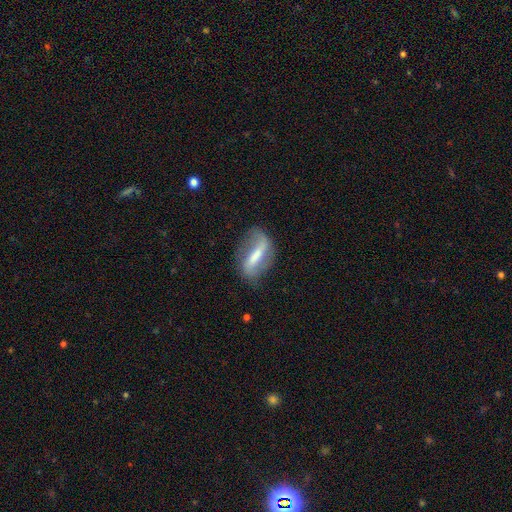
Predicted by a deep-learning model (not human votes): Morphology: type=featured or disk (66%); edge-on=no (85%); bar=strong (64%); spiral arms=yes (73%); bulge=moderate (40%); merging=none (66%).